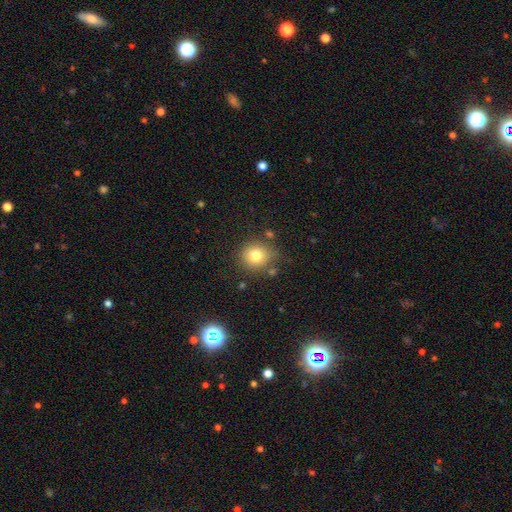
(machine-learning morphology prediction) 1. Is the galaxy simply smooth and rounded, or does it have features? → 77% smooth, 13% star or artifact, 10% featured or disk.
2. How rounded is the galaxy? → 88% round, 11% in between, 1% cigar-shaped.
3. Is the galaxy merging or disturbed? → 80% none, 12% minor disturbance, 5% merger, 4% major disturbance.